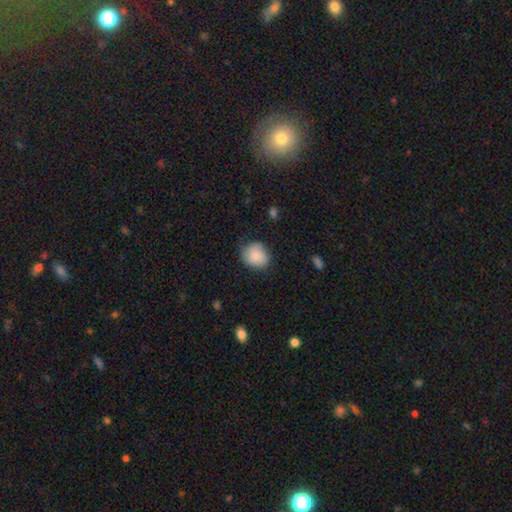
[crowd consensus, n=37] smooth 89%, featured or disk 11%, star or artifact 0%. Down the decision tree: how rounded — round (73%); merging — none (65%).